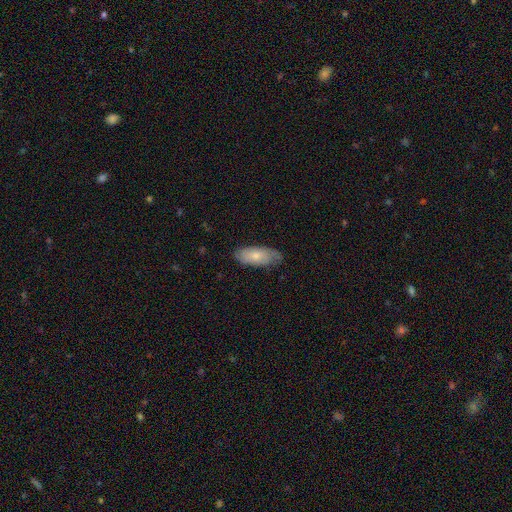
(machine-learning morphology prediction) type=smooth (61%); roundness=in between (84%); merging=none (70%).